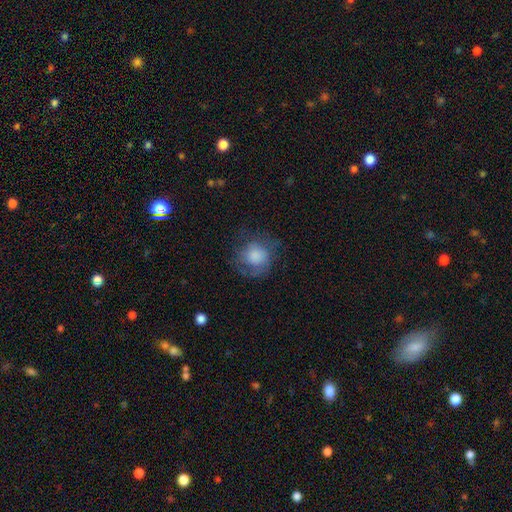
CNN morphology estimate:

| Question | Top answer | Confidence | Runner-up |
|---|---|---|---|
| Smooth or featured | smooth | 68% | featured or disk (23%) |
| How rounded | round | 84% | in between (15%) |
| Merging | none | 57% | minor disturbance (23%) |